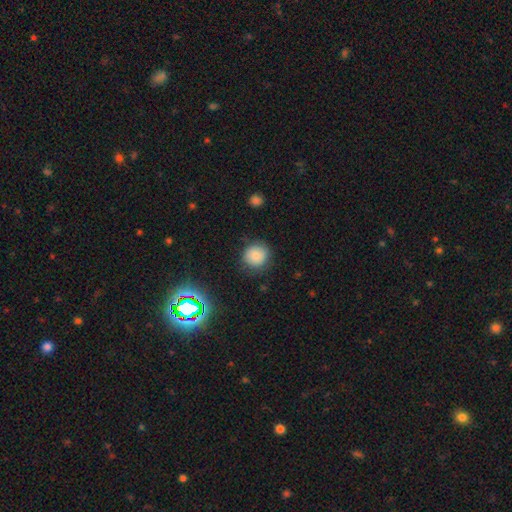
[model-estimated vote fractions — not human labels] Smooth or featured: smooth — 81% (star or artifact — 11%)
How rounded: round — 89% (in between — 10%)
Merging: none — 80% (minor disturbance — 14%)